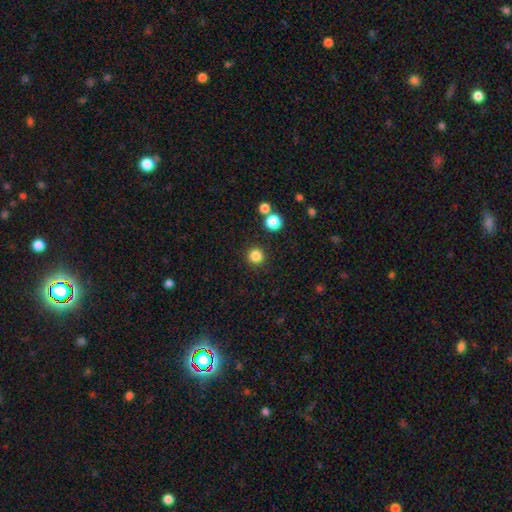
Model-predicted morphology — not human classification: A smooth galaxy with no disk features (84%) that is round (95%).

Vote fractions:
- Smooth or featured? smooth: 84% / star or artifact: 12% / featured or disk: 3%
- How rounded? round: 95% / in between: 4% / cigar-shaped: 1%
- Merging? none: 90% / minor disturbance: 5% / merger: 3% / major disturbance: 2%